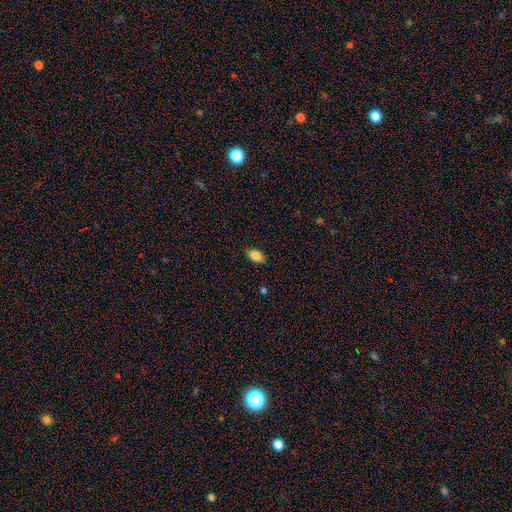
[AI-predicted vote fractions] Smooth or featured?
  - smooth: 85% *
  - star or artifact: 8%
  - featured or disk: 6%
How rounded?
  - in between: 91% *
  - round: 5%
  - cigar-shaped: 4%
Merging?
  - none: 87% *
  - minor disturbance: 9%
  - major disturbance: 2%
  - merger: 1%